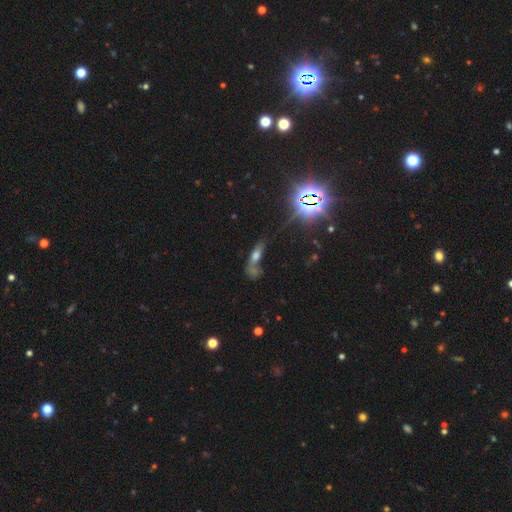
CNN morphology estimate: This appears to be a smooth galaxy with no disk features (50%). Merging: merger (35%).